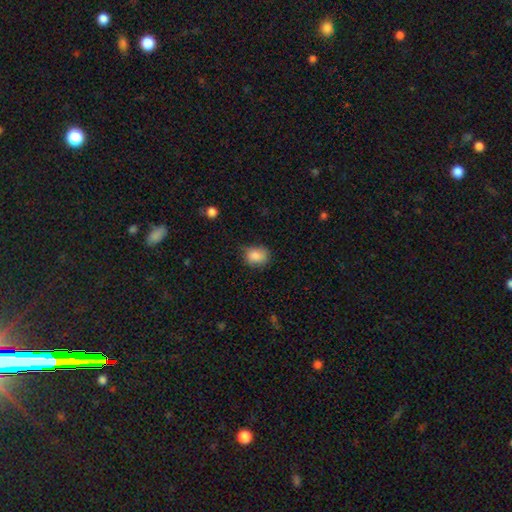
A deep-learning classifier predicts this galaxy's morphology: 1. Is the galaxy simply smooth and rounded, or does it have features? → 86% smooth, 9% star or artifact, 6% featured or disk.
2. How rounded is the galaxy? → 53% in between, 46% round, 1% cigar-shaped.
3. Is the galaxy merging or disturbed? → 62% none, 30% minor disturbance, 7% major disturbance, 2% merger.